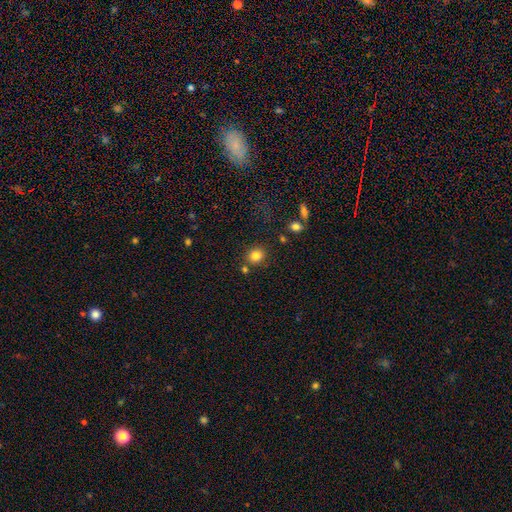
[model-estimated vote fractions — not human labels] Smooth or featured: smooth — 83% (star or artifact — 11%)
How rounded: round — 77% (in between — 23%)
Merging: none — 79% (minor disturbance — 10%)